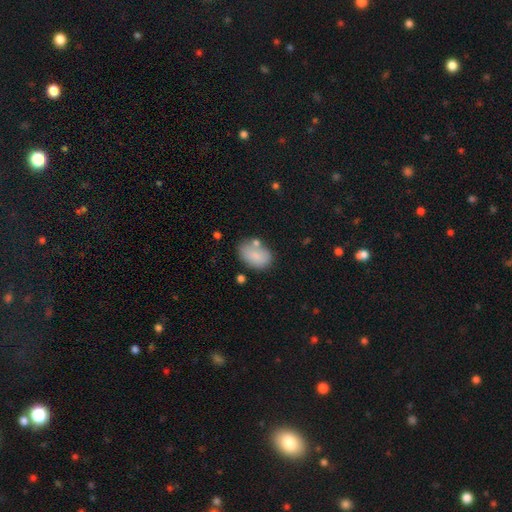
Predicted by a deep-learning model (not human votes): Smooth or featured: smooth — 83% (featured or disk — 10%)
How rounded: in between — 83% (round — 16%)
Merging: none — 64% (minor disturbance — 19%)